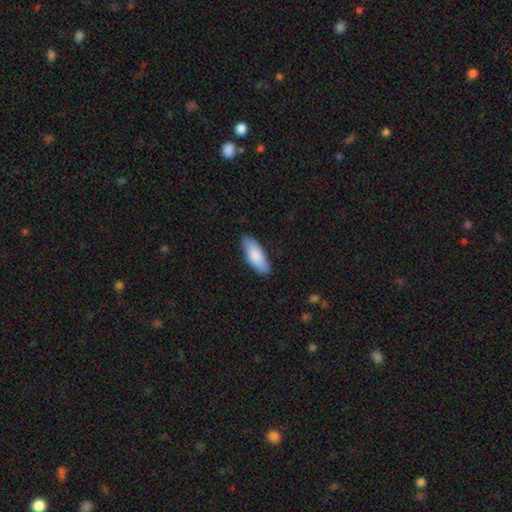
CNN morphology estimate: A smooth galaxy with no disk features (85%) that is in between round and cigar-shaped (77%).

Vote fractions:
- Smooth or featured? smooth: 85% / featured or disk: 10% / star or artifact: 5%
- How rounded? in between: 77% / cigar-shaped: 22% / round: 2%
- Merging? none: 82% / minor disturbance: 15% / major disturbance: 2% / merger: 1%